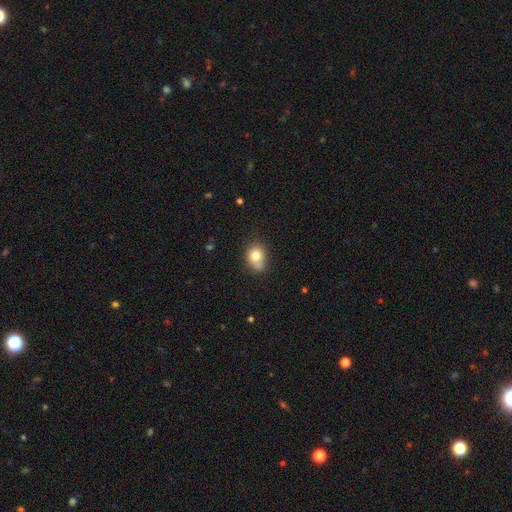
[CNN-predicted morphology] A smooth galaxy with no disk features (77%) that is round (57%). Merging: none (51%).